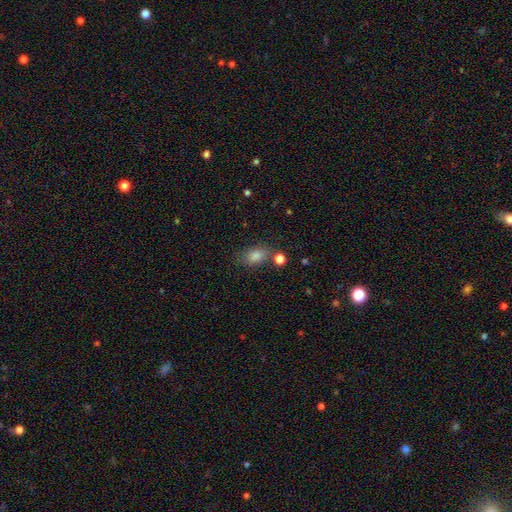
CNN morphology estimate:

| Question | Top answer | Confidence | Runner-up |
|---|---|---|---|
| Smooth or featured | smooth | 78% | star or artifact (15%) |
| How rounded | in between | 81% | round (16%) |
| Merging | none | 73% | minor disturbance (14%) |